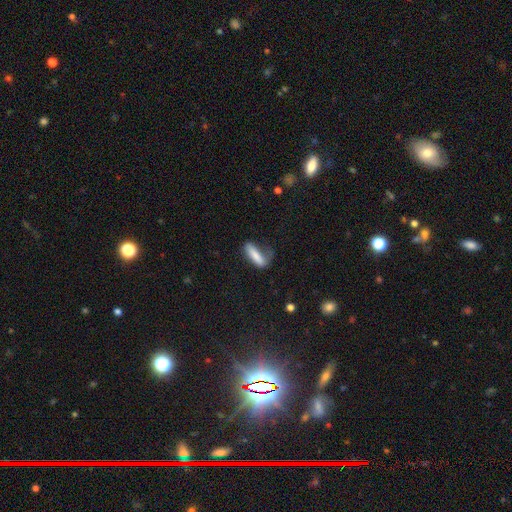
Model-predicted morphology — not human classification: Overall: smooth (77%). How rounded: cigar-shaped (61%; in between 37%). Merging: none (43%; minor disturbance 30%).